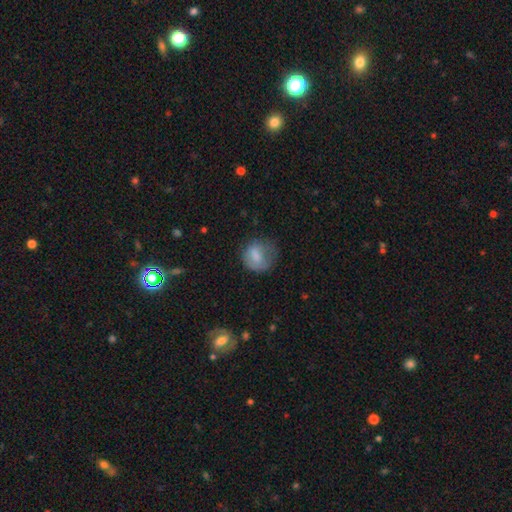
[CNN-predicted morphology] type=smooth (75%); roundness=round (71%); merging=none (49%).